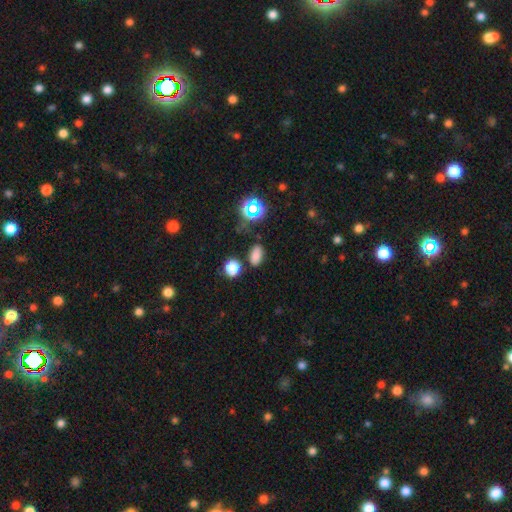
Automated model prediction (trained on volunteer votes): smooth 75%, star or artifact 20%, featured or disk 5%. Down the decision tree: how rounded — in between (82%); merging — none (78%).